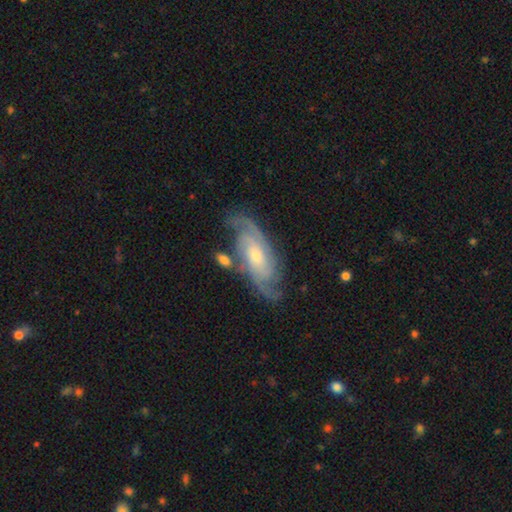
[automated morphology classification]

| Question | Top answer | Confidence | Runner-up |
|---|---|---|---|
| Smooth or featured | featured or disk | 87% | smooth (8%) |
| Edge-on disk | no | 94% | yes (6%) |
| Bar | no | 62% | weak (30%) |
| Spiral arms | yes | 97% | no (3%) |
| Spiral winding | tight | 54% | medium (37%) |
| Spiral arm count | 2 | 43% | 3 (24%) |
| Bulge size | small | 58% | moderate (36%) |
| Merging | none | 70% | minor disturbance (17%) |